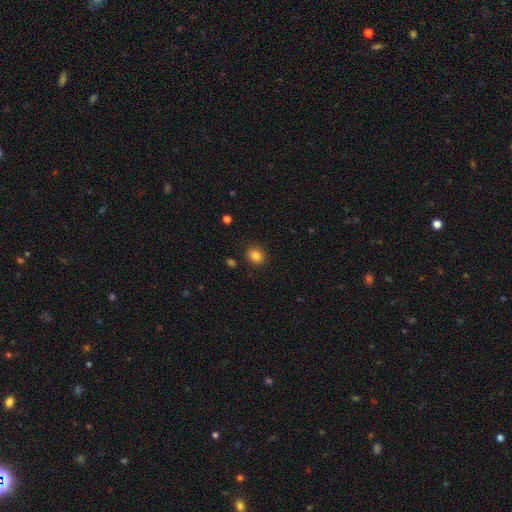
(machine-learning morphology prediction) smooth-or-featured: smooth: 83% | star or artifact: 11% | featured or disk: 6%
  how-rounded: round: 71% | in between: 28% | cigar-shaped: 1%
  merging: none: 88% | minor disturbance: 8% | major disturbance: 2% | merger: 2%